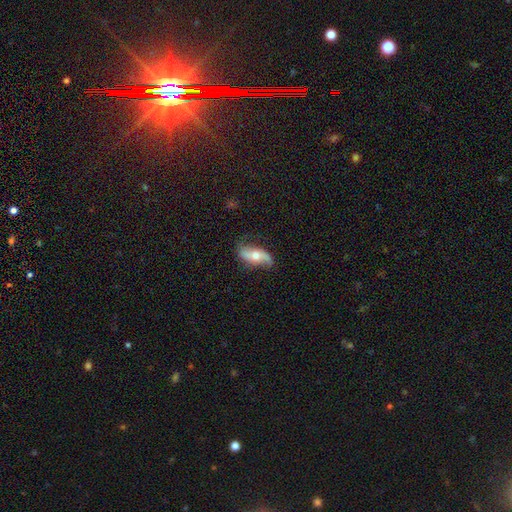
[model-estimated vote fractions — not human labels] A featured or disk galaxy (68%) with no bar (62%), 2 (90%) loose (77%) spiral arms (87%) and a moderate central bulge (67%).

Vote fractions:
- Smooth or featured? featured or disk: 68% / smooth: 26% / star or artifact: 6%
- Edge-on disk? no: 86% / yes: 14%
- Bar? no: 62% / weak: 23% / strong: 15%
- Spiral arms? yes: 87% / no: 13%
- Spiral winding? loose: 77% / medium: 16% / tight: 7%
- Spiral arm count? 2: 90% / can't tell: 4% / 1: 3% / 3: 1% / 4: 1% / more than 4: 1%
- Bulge size? moderate: 67% / small: 25% / large: 5% / none: 1% / dominant: 1%
- Merging? none: 74% / minor disturbance: 19% / major disturbance: 6% / merger: 1%